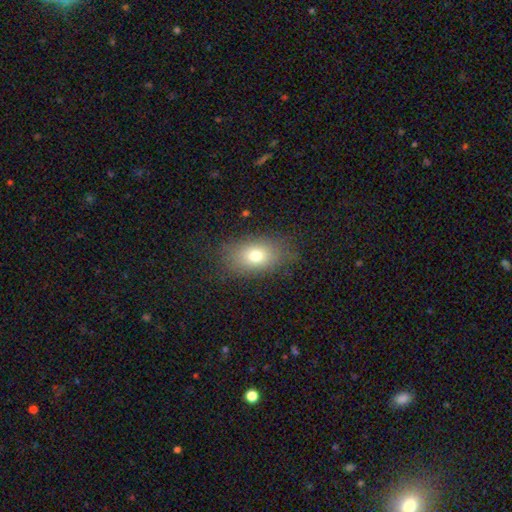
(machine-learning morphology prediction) Smooth or featured? Predicted: smooth (p=0.75). How rounded? Predicted: in between (p=0.81). Merging? Predicted: none (p=0.80).